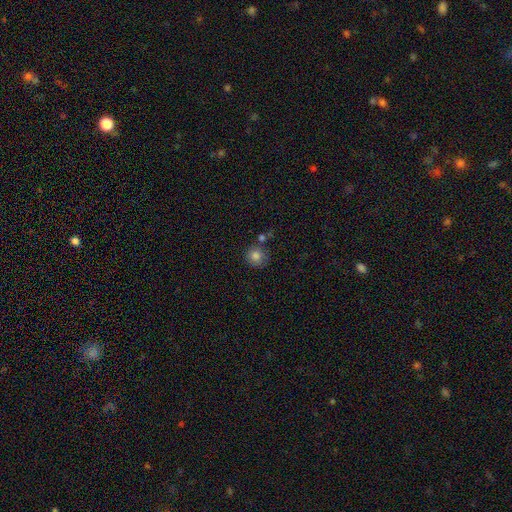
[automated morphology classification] smooth_or_featured: smooth (p=0.82) [alt: star or artifact p=0.11]
how_rounded: round (p=0.93) [alt: in between p=0.07]
merging: none (p=0.74) [alt: minor disturbance p=0.11]